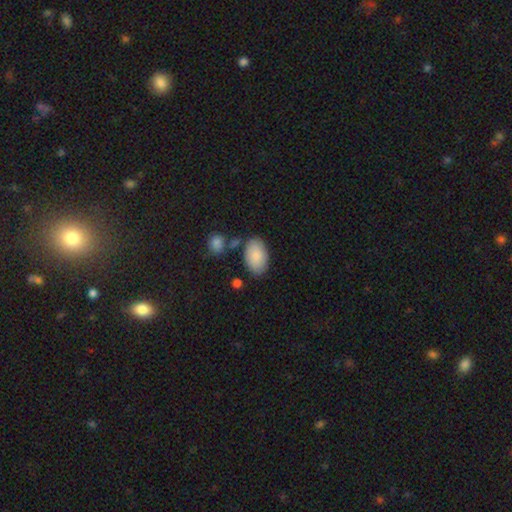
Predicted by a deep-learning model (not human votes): smooth-or-featured: smooth: 85% | featured or disk: 9% | star or artifact: 6%
  how-rounded: in between: 92% | round: 6% | cigar-shaped: 1%
  merging: none: 74% | minor disturbance: 15% | merger: 7% | major disturbance: 4%